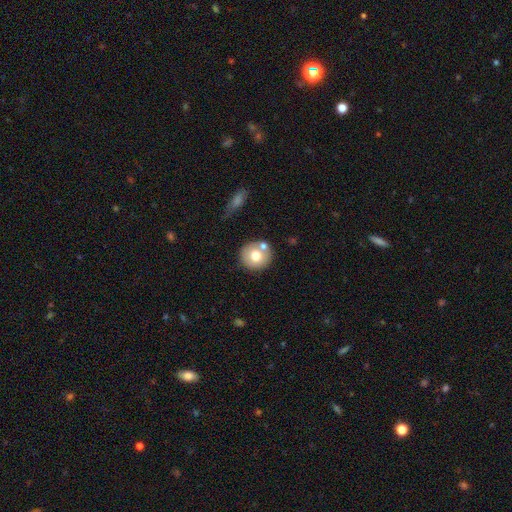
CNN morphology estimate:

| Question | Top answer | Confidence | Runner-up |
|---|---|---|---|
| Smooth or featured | smooth | 71% | featured or disk (20%) |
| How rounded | round | 89% | in between (10%) |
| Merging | none | 69% | merger (17%) |